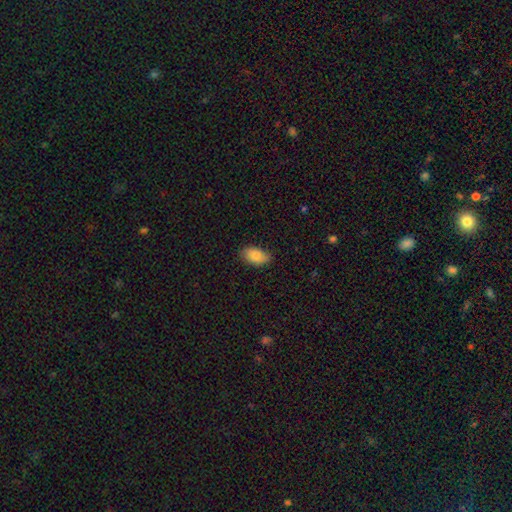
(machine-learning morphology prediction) This is clearly a smooth galaxy (83%). How rounded: clearly in between (93%). Merging: clearly none (80%).